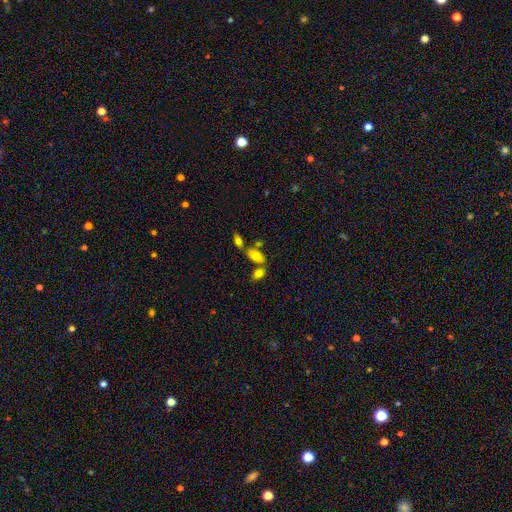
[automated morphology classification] The model was most divided on "merging": none: 47%, merger: 33%, minor disturbance: 14%, major disturbance: 6%. More confident: how rounded — in between (89%); smooth or featured — smooth (76%).